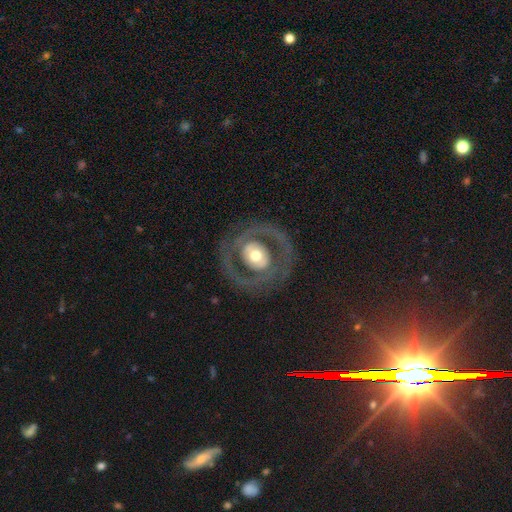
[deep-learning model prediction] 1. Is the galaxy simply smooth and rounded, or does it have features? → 74% featured or disk, 21% smooth, 5% star or artifact.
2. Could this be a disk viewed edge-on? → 96% no, 4% yes.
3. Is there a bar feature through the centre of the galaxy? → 61% no, 24% weak, 15% strong.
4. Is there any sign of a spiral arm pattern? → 55% yes, 45% no.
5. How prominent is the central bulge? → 62% moderate, 23% large, 11% small, 2% dominant, 1% none.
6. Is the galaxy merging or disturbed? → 79% none, 10% minor disturbance, 10% major disturbance, 1% merger.